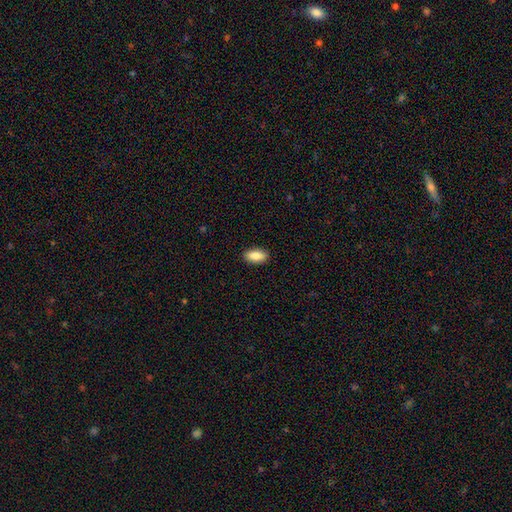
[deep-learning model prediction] Q: Smooth or featured?
A: smooth (86%); runner-up: featured or disk (8%)
Q: How rounded?
A: in between (89%); runner-up: cigar-shaped (8%)
Q: Merging?
A: none (90%); runner-up: minor disturbance (7%)